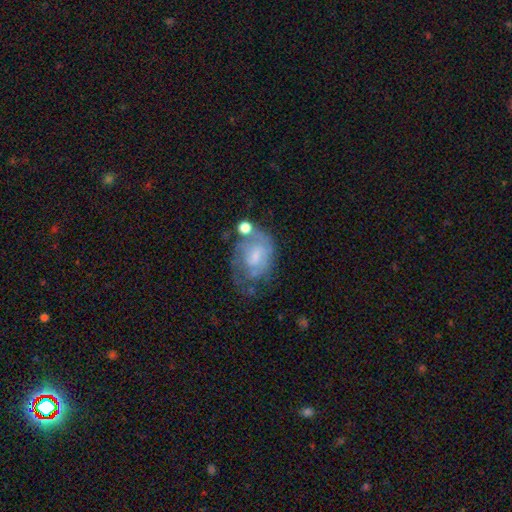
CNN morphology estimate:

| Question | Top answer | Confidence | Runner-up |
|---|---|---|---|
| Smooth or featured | featured or disk | 57% | smooth (34%) |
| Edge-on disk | no | 96% | yes (4%) |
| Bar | no | 54% | weak (39%) |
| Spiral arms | yes | 59% | no (41%) |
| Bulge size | small | 50% | moderate (31%) |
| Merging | none | 36% | minor disturbance (27%) |